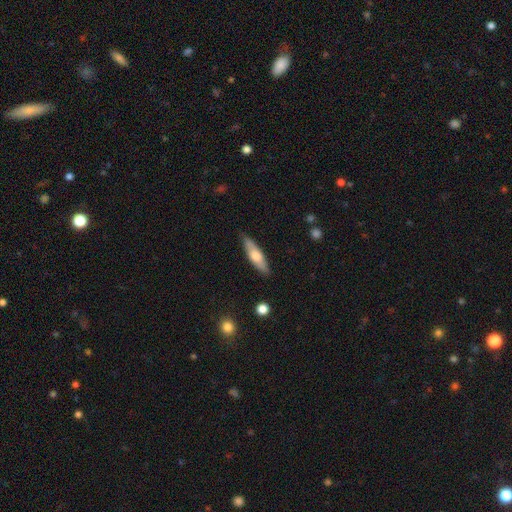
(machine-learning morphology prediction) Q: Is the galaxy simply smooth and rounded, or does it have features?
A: smooth — 58%.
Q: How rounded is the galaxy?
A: cigar-shaped — 62%.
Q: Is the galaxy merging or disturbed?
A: none — 82%.